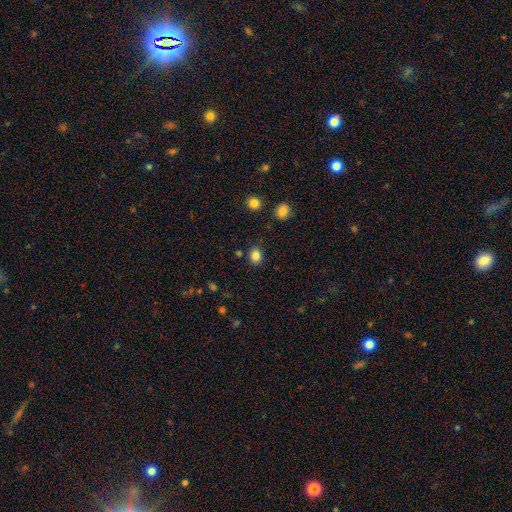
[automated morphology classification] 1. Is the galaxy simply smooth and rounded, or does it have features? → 84% smooth, 11% star or artifact, 5% featured or disk.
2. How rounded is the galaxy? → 59% round, 40% in between, 1% cigar-shaped.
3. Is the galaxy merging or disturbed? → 85% none, 10% minor disturbance, 3% merger, 3% major disturbance.